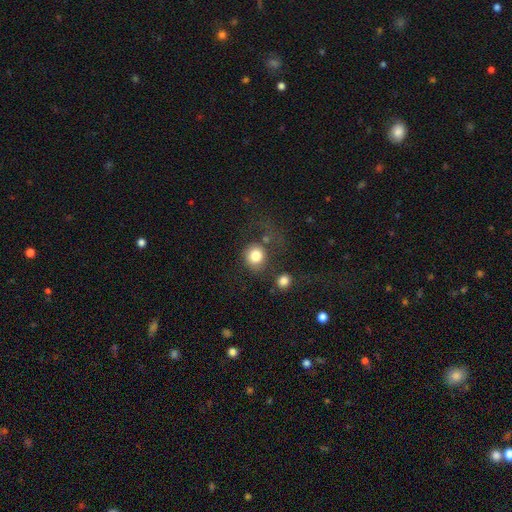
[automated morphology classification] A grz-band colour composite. It shows a smooth galaxy with no disk features (81%) that is round (83%). Merging: none (56%).